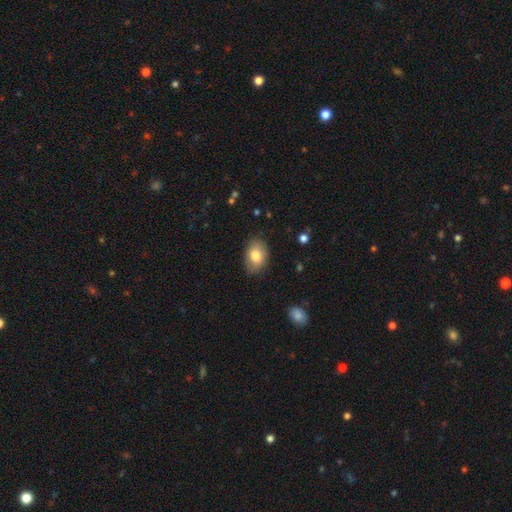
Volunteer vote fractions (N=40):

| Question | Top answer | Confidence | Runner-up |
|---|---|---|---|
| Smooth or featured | smooth | 80% | featured or disk (10%) |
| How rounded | in between | 88% | round (12%) |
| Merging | none | 75% | minor disturbance (19%) |